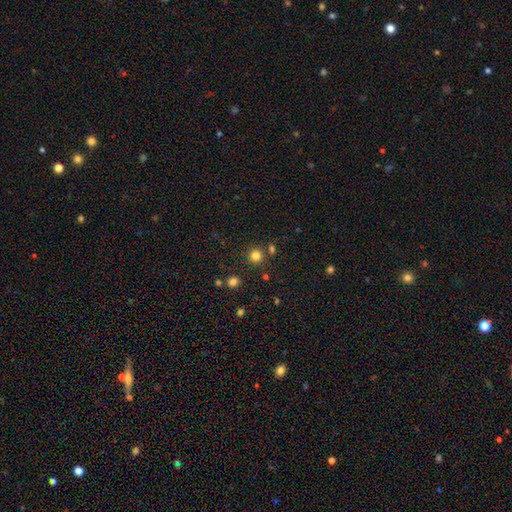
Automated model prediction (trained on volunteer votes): Morphology: type=smooth (80%); roundness=round (94%); merging=none (84%).